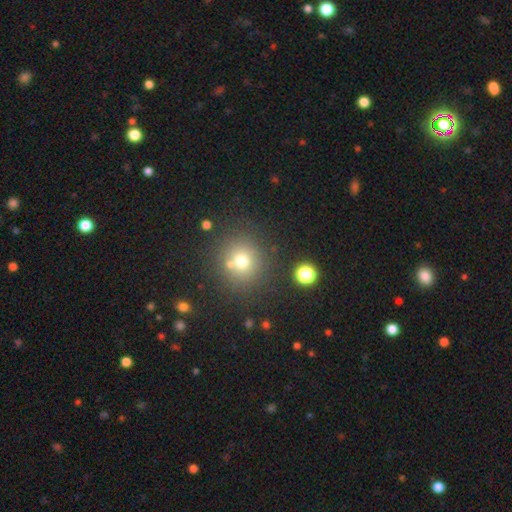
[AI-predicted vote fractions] This appears to be a smooth galaxy with no disk features (57%) that is round (93%). Merging: none (90%).